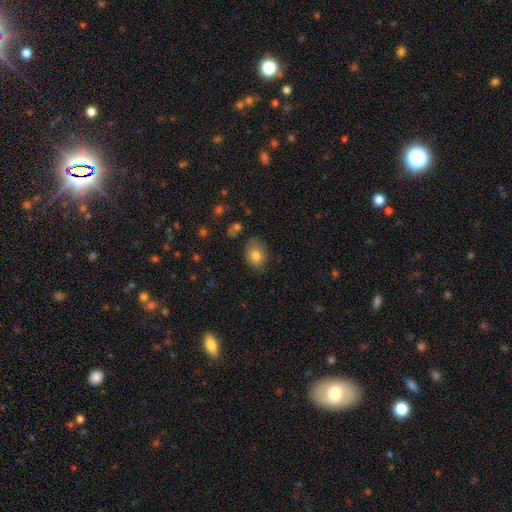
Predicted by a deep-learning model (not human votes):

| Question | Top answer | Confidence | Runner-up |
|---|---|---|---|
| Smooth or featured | smooth | 80% | featured or disk (10%) |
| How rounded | in between | 67% | round (32%) |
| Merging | none | 70% | minor disturbance (23%) |